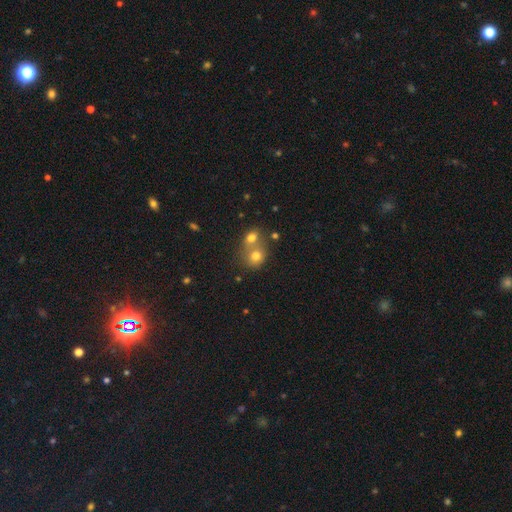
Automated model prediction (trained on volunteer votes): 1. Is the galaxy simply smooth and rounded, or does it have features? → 73% smooth, 14% featured or disk, 13% star or artifact.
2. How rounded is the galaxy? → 71% round, 28% in between, 1% cigar-shaped.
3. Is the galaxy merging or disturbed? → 60% merger, 31% none, 7% minor disturbance, 3% major disturbance.